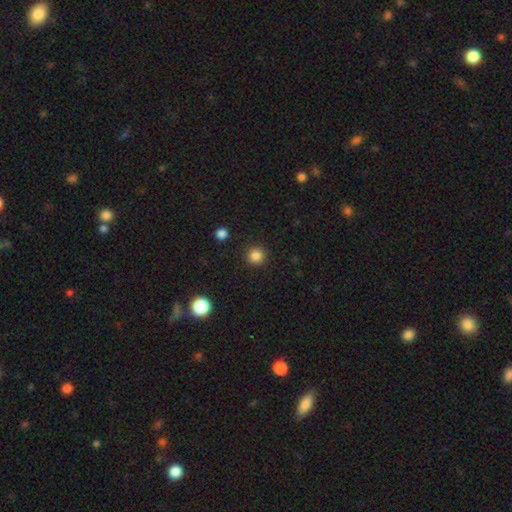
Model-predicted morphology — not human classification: Q: Smooth or featured?
A: smooth (84%); runner-up: star or artifact (12%)
Q: How rounded?
A: round (93%); runner-up: in between (6%)
Q: Merging?
A: none (91%); runner-up: minor disturbance (5%)